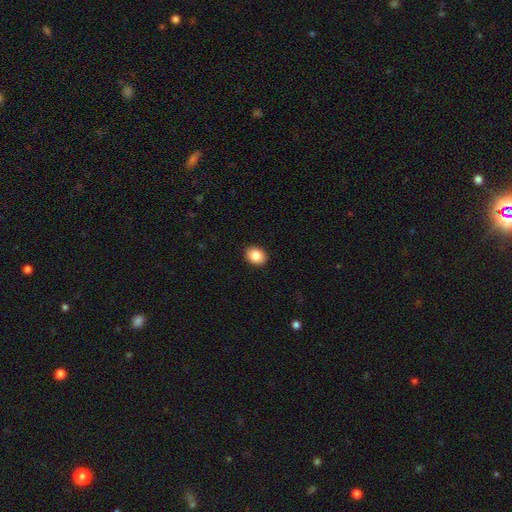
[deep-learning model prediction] The model was most divided on "how rounded": in between: 58%, round: 41%, cigar-shaped: 1%. More confident: merging — none (92%); smooth or featured — smooth (87%).